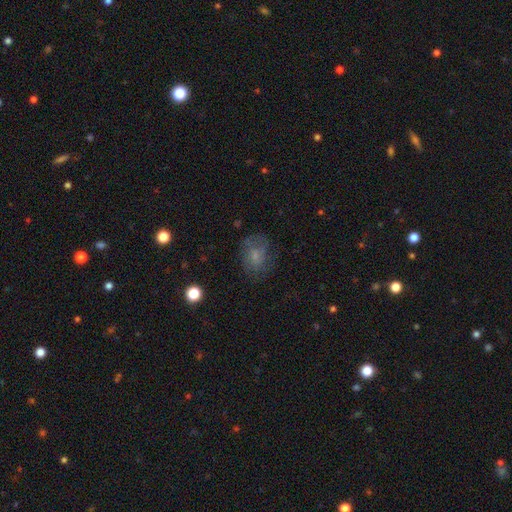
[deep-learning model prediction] A smooth galaxy with no disk features (53%) that is in between round and cigar-shaped (56%).

Vote fractions:
- Smooth or featured? smooth: 53% / featured or disk: 34% / star or artifact: 13%
- How rounded? in between: 56% / round: 43% / cigar-shaped: 1%
- Merging? none: 62% / minor disturbance: 21% / major disturbance: 15% / merger: 2%